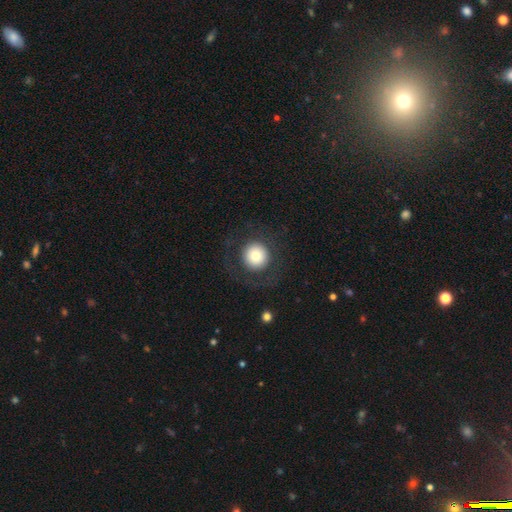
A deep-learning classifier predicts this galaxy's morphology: Smooth or featured? Predicted: smooth (p=0.74). How rounded? Predicted: round (p=0.95). Merging? Predicted: none (p=0.84).